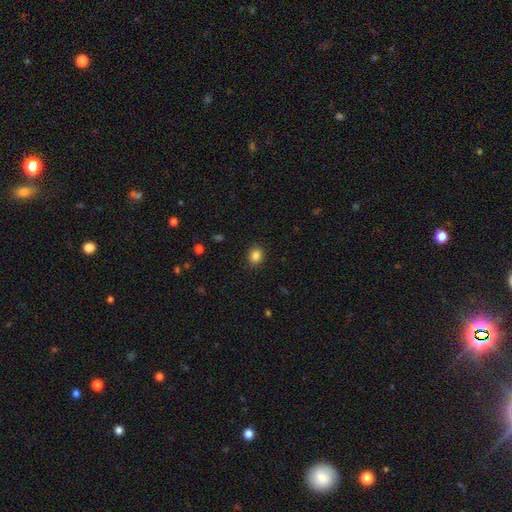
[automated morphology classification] Q: Smooth or featured?
A: smooth (85%); runner-up: star or artifact (10%)
Q: How rounded?
A: round (62%); runner-up: in between (37%)
Q: Merging?
A: none (89%); runner-up: minor disturbance (8%)